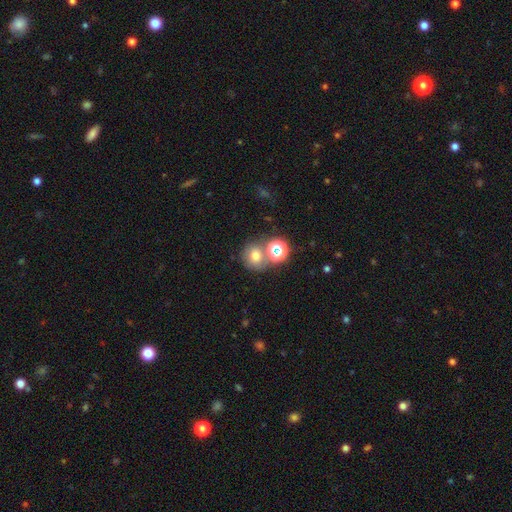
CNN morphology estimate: Smooth or featured? smooth (67%)
How rounded? round (80%)
Merging? none (58%)